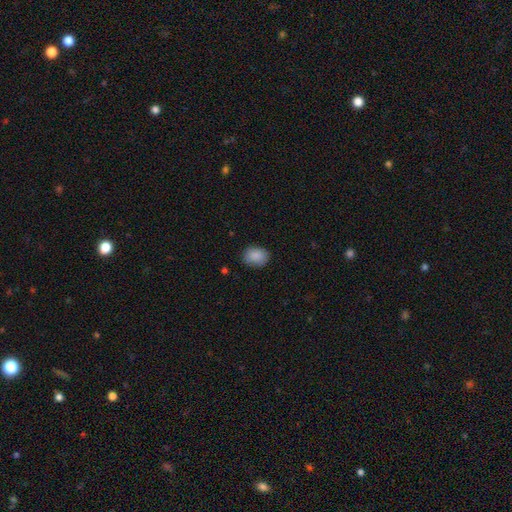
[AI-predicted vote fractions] A smooth galaxy with no disk features (89%) that is in between round and cigar-shaped (59%).

Vote fractions:
- Smooth or featured? smooth: 89% / star or artifact: 8% / featured or disk: 4%
- How rounded? in between: 59% / round: 41% / cigar-shaped: 1%
- Merging? none: 82% / minor disturbance: 14% / major disturbance: 3% / merger: 1%